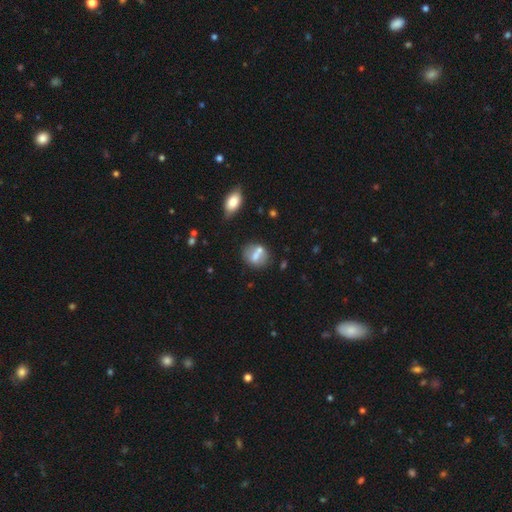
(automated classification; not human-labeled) Morphology: type=smooth (61%); roundness=round (53%); merging=none (53%).